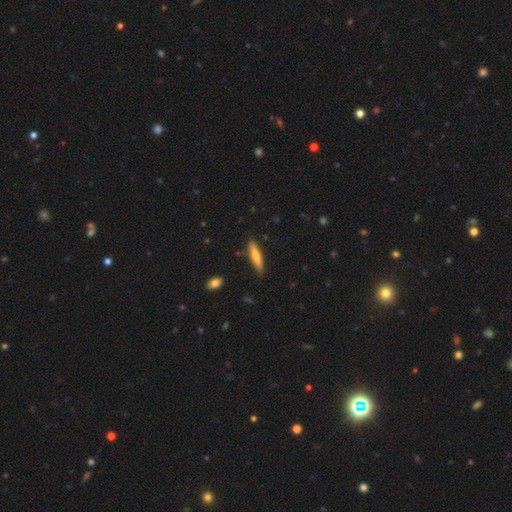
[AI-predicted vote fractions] The model was most divided on "smooth or featured": smooth: 63%, featured or disk: 31%, star or artifact: 6%. More confident: merging — none (86%); how rounded — cigar-shaped (82%).